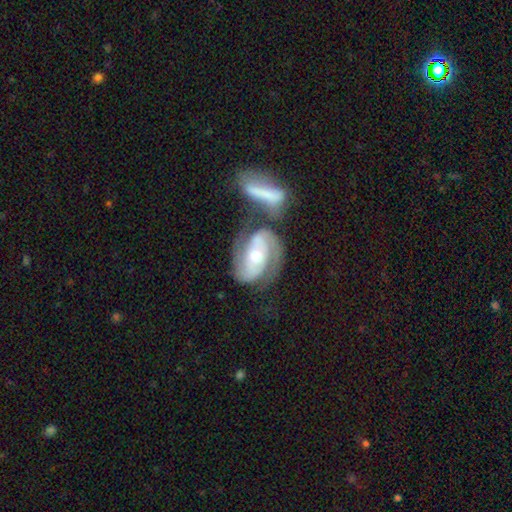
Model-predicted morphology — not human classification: Q: Smooth or featured?
A: featured or disk (86%); runner-up: smooth (9%)
Q: Edge-on disk?
A: no (96%); runner-up: yes (4%)
Q: Bar?
A: no (45%); runner-up: weak (29%)
Q: Spiral arms?
A: yes (96%); runner-up: no (4%)
Q: Spiral winding?
A: tight (43%); tied with: medium (43%)
Q: Spiral arm count?
A: 2 (87%); runner-up: can't tell (5%)
Q: Bulge size?
A: moderate (59%); runner-up: small (35%)
Q: Merging?
A: none (39%); runner-up: merger (36%)